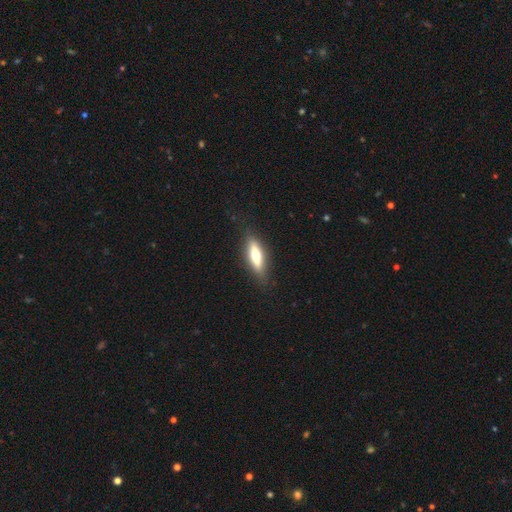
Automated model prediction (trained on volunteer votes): A smooth galaxy with no disk features (56%) that is cigar-shaped (62%).

Vote fractions:
- Smooth or featured? smooth: 56% / featured or disk: 38% / star or artifact: 6%
- How rounded? cigar-shaped: 62% / in between: 36% / round: 2%
- Merging? none: 85% / minor disturbance: 11% / major disturbance: 3% / merger: 1%